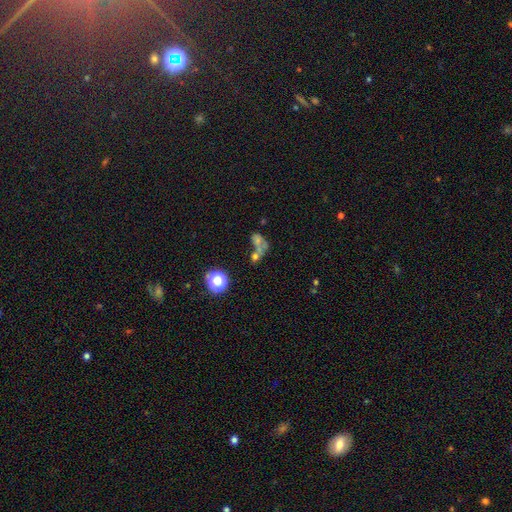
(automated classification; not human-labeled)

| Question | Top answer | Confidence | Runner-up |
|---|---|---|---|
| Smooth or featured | smooth | 44% | star or artifact (29%) |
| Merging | merger | 54% | none (24%) |